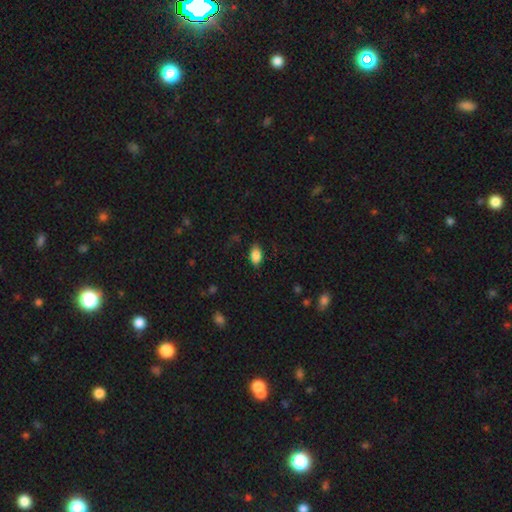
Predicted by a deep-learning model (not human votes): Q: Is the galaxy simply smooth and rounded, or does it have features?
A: smooth — 86%.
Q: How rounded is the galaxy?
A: in between — 90%.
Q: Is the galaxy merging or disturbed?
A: none — 77%.